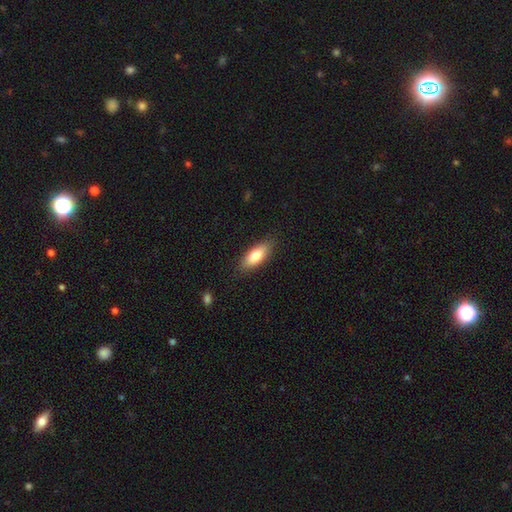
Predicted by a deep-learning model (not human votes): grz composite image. It shows a smooth galaxy with no disk features (77%) that is in between round and cigar-shaped (73%). Merging: none (85%).